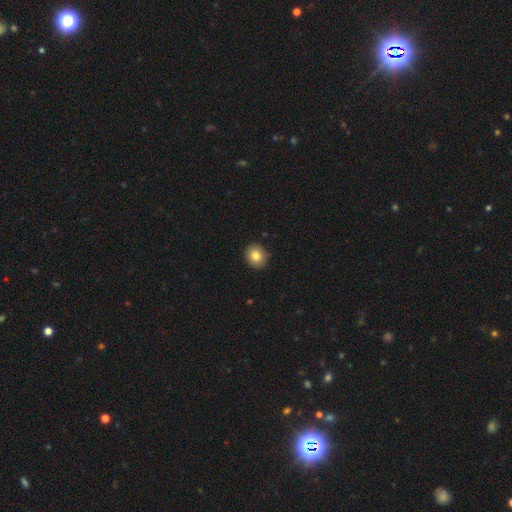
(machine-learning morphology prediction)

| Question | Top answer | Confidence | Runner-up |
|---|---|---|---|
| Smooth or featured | smooth | 82% | star or artifact (9%) |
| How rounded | round | 77% | in between (22%) |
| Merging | none | 91% | minor disturbance (7%) |